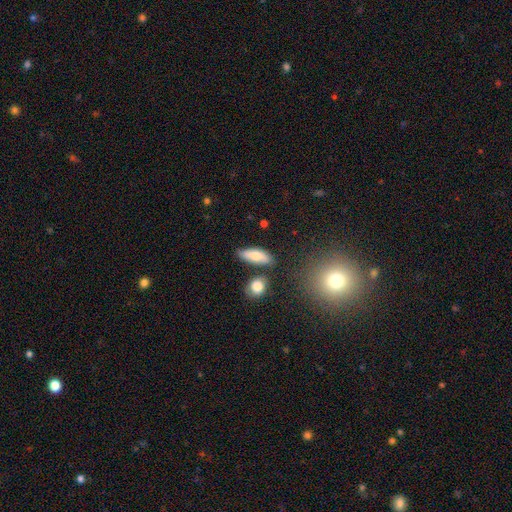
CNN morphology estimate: smooth 75%, featured or disk 17%, star or artifact 8%. Down the decision tree: how rounded — in between (70%); merging — none (73%).